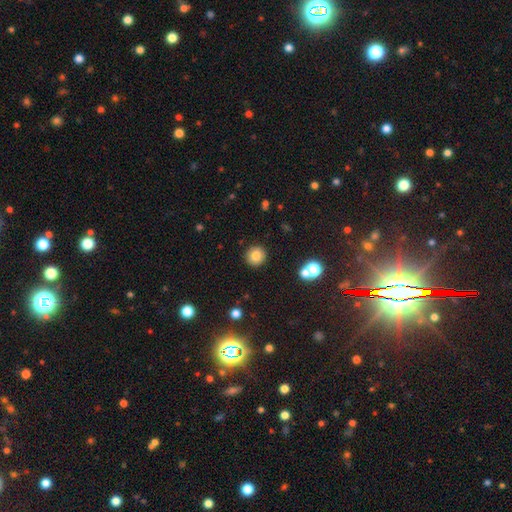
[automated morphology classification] smooth-or-featured: smooth: 81% | star or artifact: 11% | featured or disk: 8%
  how-rounded: round: 94% | in between: 5% | cigar-shaped: 1%
  merging: none: 90% | minor disturbance: 5% | merger: 2% | major disturbance: 2%